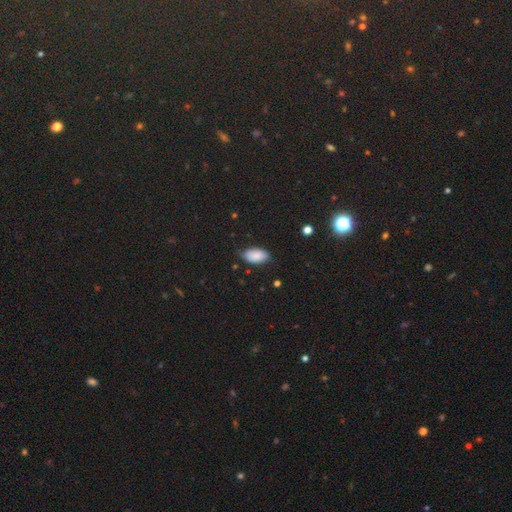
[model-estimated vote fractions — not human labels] Q: Smooth or featured?
A: smooth (84%); runner-up: star or artifact (9%)
Q: How rounded?
A: in between (94%); runner-up: round (3%)
Q: Merging?
A: none (70%); runner-up: minor disturbance (24%)